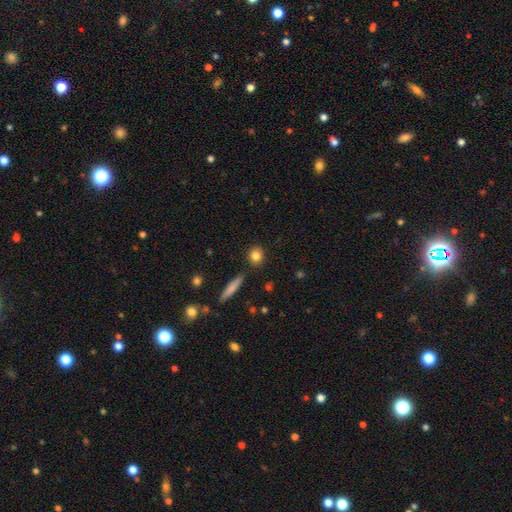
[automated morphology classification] Smooth or featured: smooth — 82% (star or artifact — 9%)
How rounded: round — 70% (in between — 25%)
Merging: none — 86% (minor disturbance — 8%)